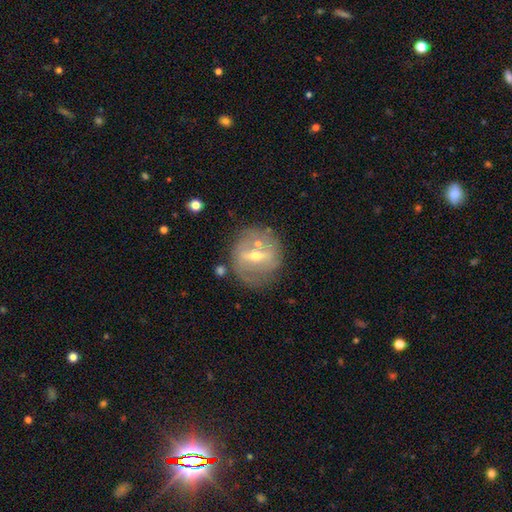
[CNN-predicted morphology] Smooth or featured? Predicted: featured or disk (p=0.71). Edge-on disk? Predicted: no (p=0.90). Bar? Predicted: strong (p=0.51). Spiral arms? Predicted: no (p=0.56). Bulge size? Predicted: moderate (p=0.52). Merging? Predicted: none (p=0.72).